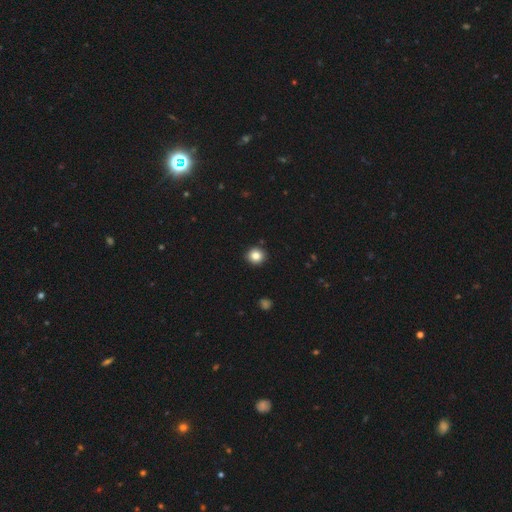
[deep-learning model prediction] The model was most divided on "smooth or featured": smooth: 84%, star or artifact: 11%, featured or disk: 5%. More confident: merging — none (91%); how rounded — round (89%).